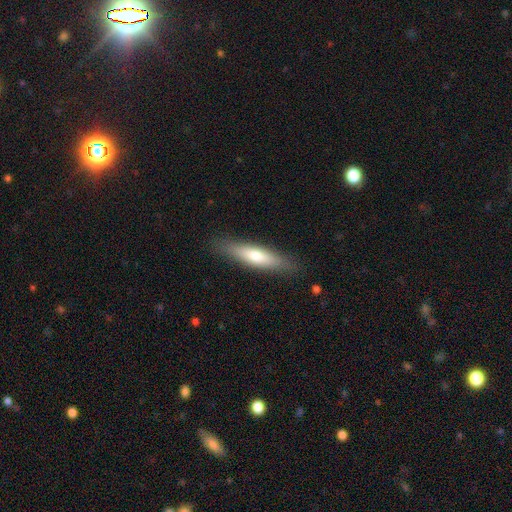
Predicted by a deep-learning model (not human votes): smooth_or_featured: smooth (p=0.63) [alt: featured or disk p=0.31]
how_rounded: cigar-shaped (p=0.75) [alt: in between p=0.23]
merging: none (p=0.87) [alt: minor disturbance p=0.10]